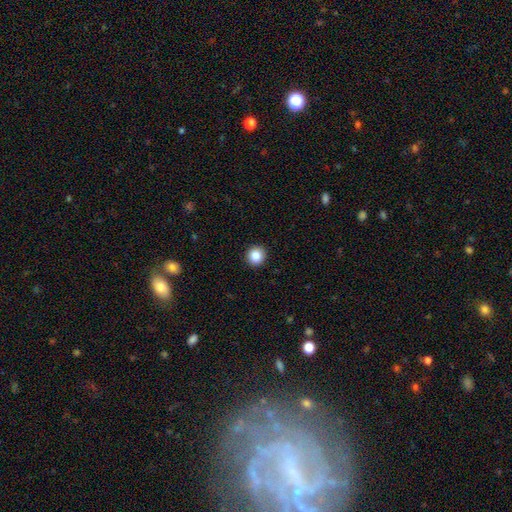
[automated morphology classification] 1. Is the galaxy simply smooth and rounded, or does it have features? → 86% smooth, 9% star or artifact, 4% featured or disk.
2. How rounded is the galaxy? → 92% round, 7% in between, 1% cigar-shaped.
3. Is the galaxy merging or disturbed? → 93% none, 5% minor disturbance, 2% major disturbance, 1% merger.